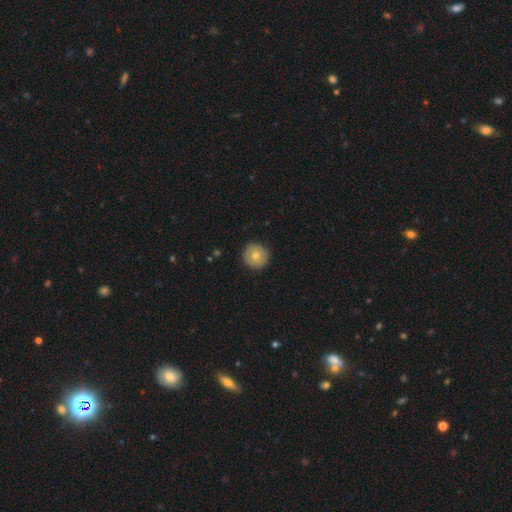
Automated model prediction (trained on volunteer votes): This appears to be a smooth galaxy with no disk features (71%) that is round (94%). Merging: none (89%).